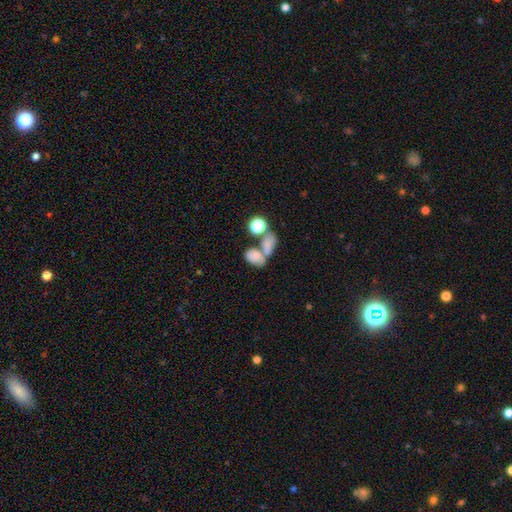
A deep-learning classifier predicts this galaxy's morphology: This appears to be a smooth galaxy with no disk features (72%) that is in between round and cigar-shaped (80%). Merging: merger (55%).